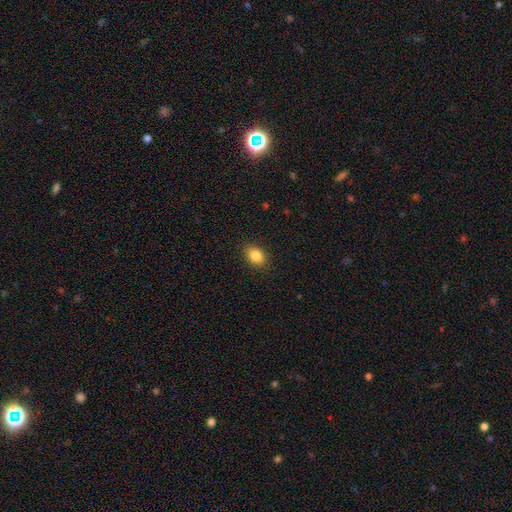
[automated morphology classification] Q: Smooth or featured?
A: smooth (85%); runner-up: star or artifact (9%)
Q: How rounded?
A: in between (70%); runner-up: round (29%)
Q: Merging?
A: none (88%); runner-up: minor disturbance (8%)